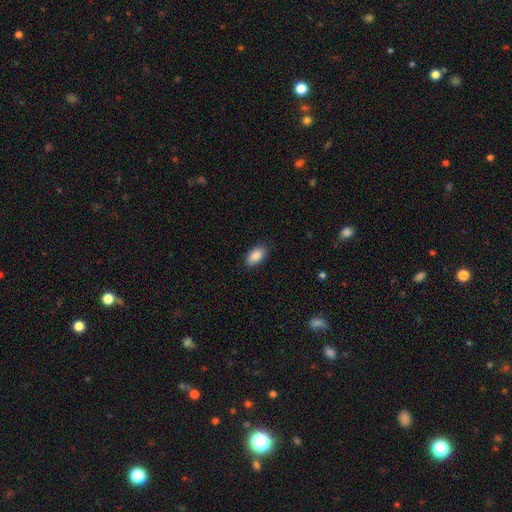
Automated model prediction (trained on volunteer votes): Smooth or featured? Predicted: smooth (p=0.89). How rounded? Predicted: in between (p=0.94). Merging? Predicted: none (p=0.88).